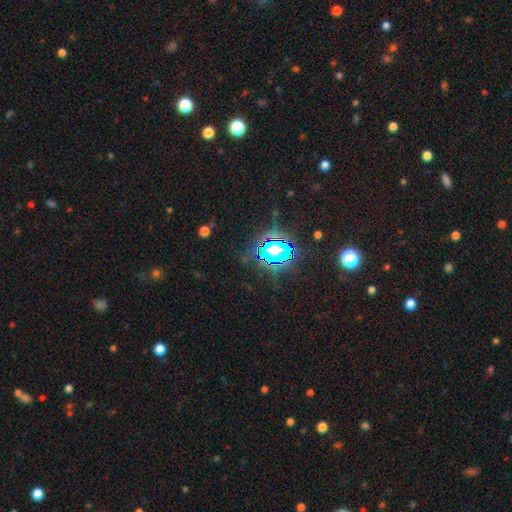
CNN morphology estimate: Overall: star or artifact (82%).